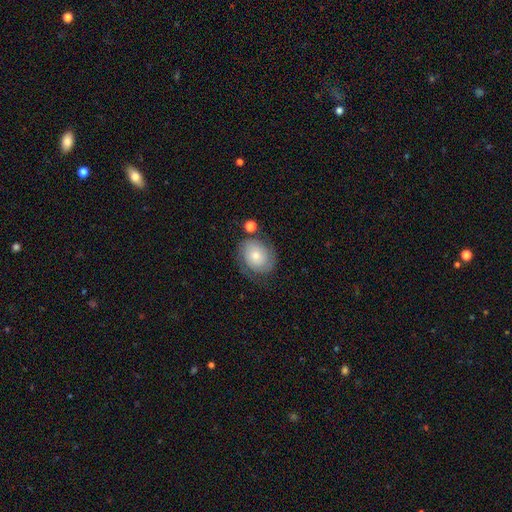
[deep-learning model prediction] Smooth or featured?
  - featured or disk: 52% *
  - smooth: 40%
  - star or artifact: 8%
Edge-on disk?
  - no: 97% *
  - yes: 3%
Bar?
  - no: 83% *
  - weak: 14%
  - strong: 3%
Spiral arms?
  - yes: 81% *
  - no: 19%
Bulge size?
  - small: 53% *
  - moderate: 38%
  - large: 5%
  - none: 2%
  - dominant: 2%
Merging?
  - none: 63% *
  - minor disturbance: 20%
  - major disturbance: 11%
  - merger: 5%